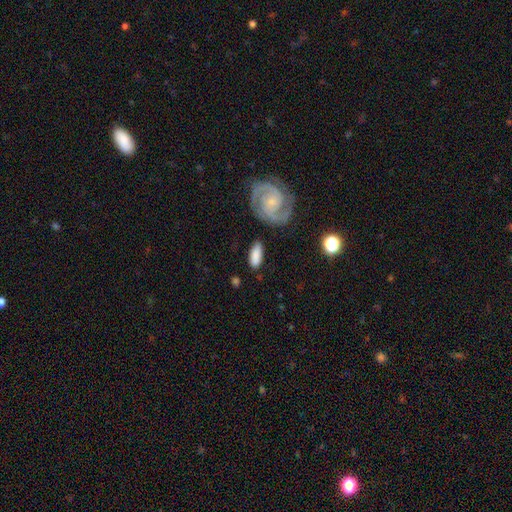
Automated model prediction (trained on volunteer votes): Smooth or featured: smooth — 72% (featured or disk — 22%)
How rounded: in between — 78% (cigar-shaped — 19%)
Merging: none — 79% (minor disturbance — 13%)